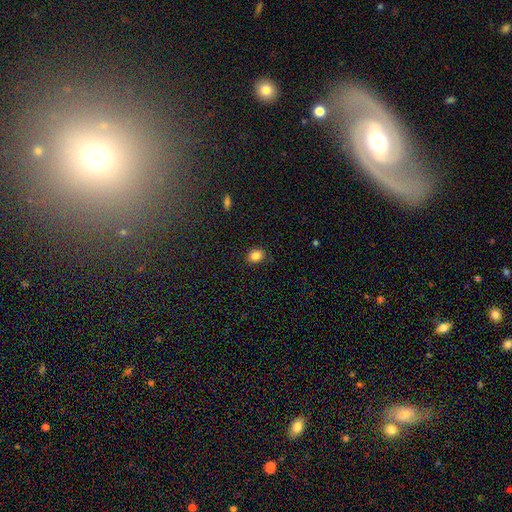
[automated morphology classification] type=smooth (85%); roundness=in between (50%); merging=none (86%).